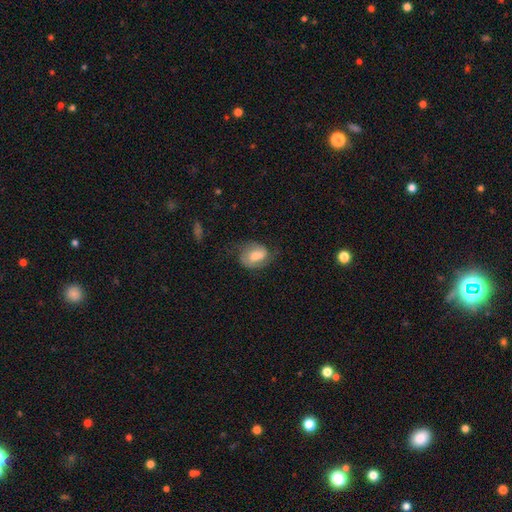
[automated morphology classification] smooth_or_featured: smooth (p=0.47) [alt: featured or disk p=0.45]
merging: none (p=0.53) [alt: minor disturbance p=0.27]